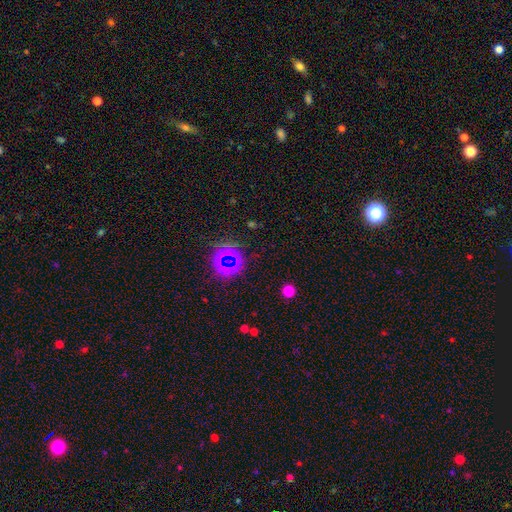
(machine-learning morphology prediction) Q: Smooth or featured?
A: star or artifact (65%); runner-up: smooth (25%)